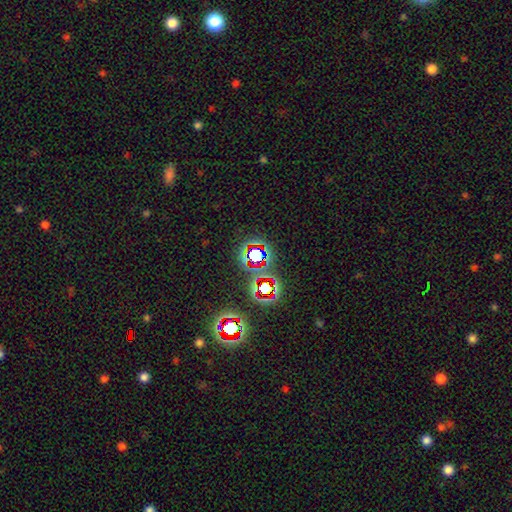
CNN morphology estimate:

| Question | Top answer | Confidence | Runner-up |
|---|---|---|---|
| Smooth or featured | star or artifact | 71% | smooth (18%) |